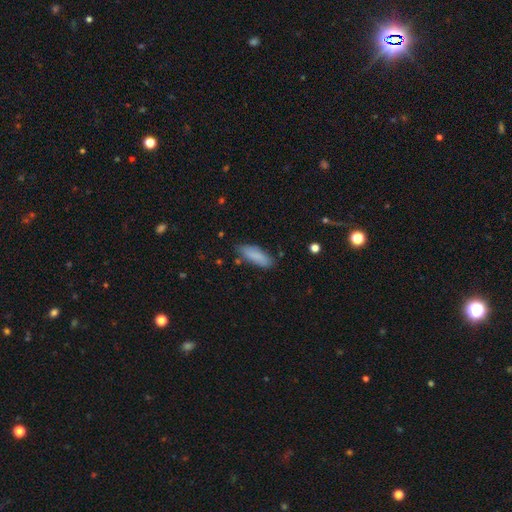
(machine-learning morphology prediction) Smooth or featured? smooth (86%)
How rounded? in between (55%)
Merging? none (82%)